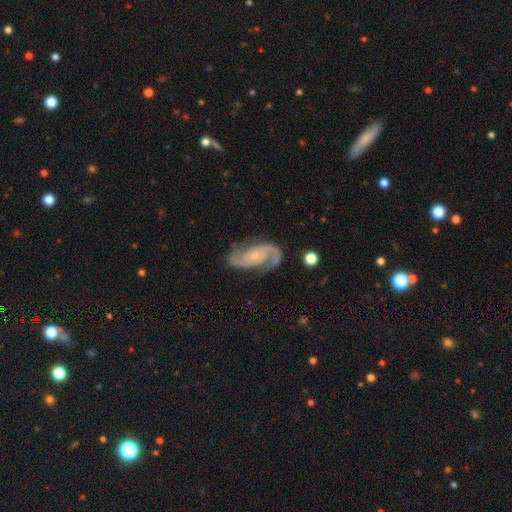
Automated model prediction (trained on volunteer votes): Q: Smooth or featured?
A: featured or disk (90%); runner-up: smooth (5%)
Q: Edge-on disk?
A: no (97%); runner-up: yes (3%)
Q: Bar?
A: no (60%); runner-up: weak (30%)
Q: Spiral arms?
A: yes (98%); runner-up: no (2%)
Q: Spiral winding?
A: medium (54%); runner-up: tight (29%)
Q: Spiral arm count?
A: 2 (92%); runner-up: can't tell (2%)
Q: Bulge size?
A: small (69%); runner-up: moderate (19%)
Q: Merging?
A: none (78%); runner-up: minor disturbance (15%)